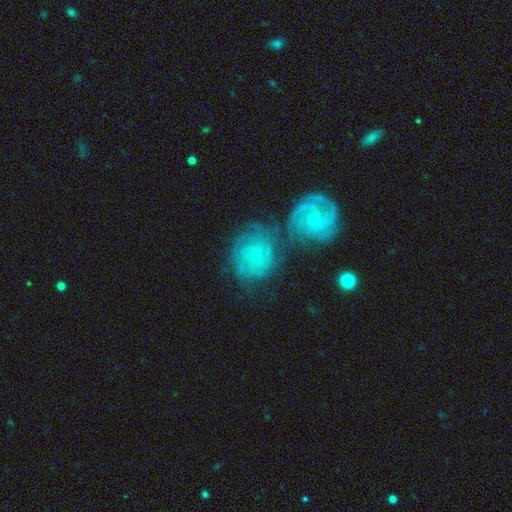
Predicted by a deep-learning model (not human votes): The model was most divided on "spiral arm count": 3: 32%, can't tell: 27%, 2: 16%, 4: 14%, more than 4: 6%, 1: 5%. Remaining: edge-on disk — no (97%); spiral arms — yes (95%); bulge size — small (84%); bar — no (79%); spiral winding — tight (74%); smooth or featured — featured or disk (73%); merging — none (45%).